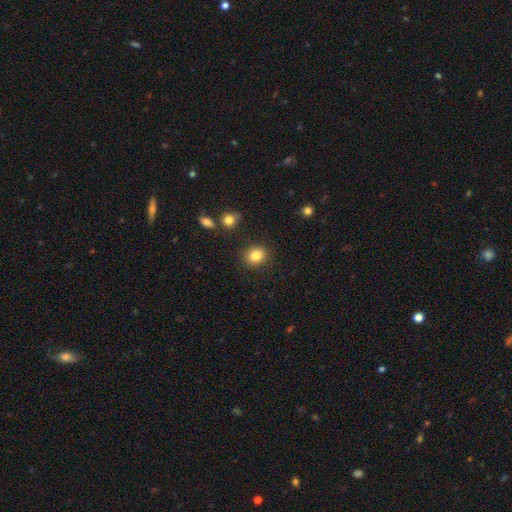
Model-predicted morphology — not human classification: smooth_or_featured: smooth (p=0.85) [alt: star or artifact p=0.10]
how_rounded: round (p=0.71) [alt: in between p=0.28]
merging: none (p=0.88) [alt: minor disturbance p=0.08]